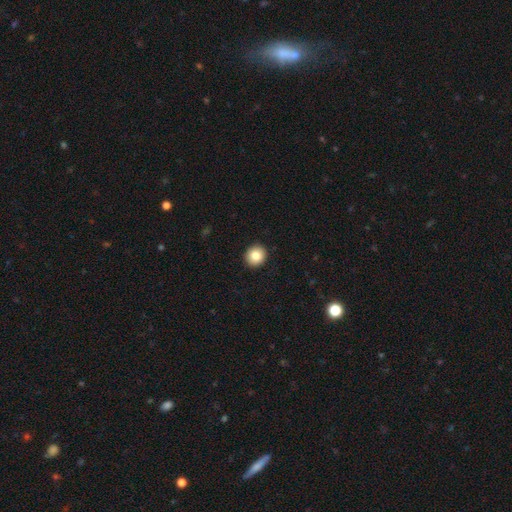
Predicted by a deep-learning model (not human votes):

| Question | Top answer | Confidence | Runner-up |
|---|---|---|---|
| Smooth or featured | smooth | 85% | star or artifact (9%) |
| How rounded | round | 85% | in between (14%) |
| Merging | none | 93% | minor disturbance (5%) |